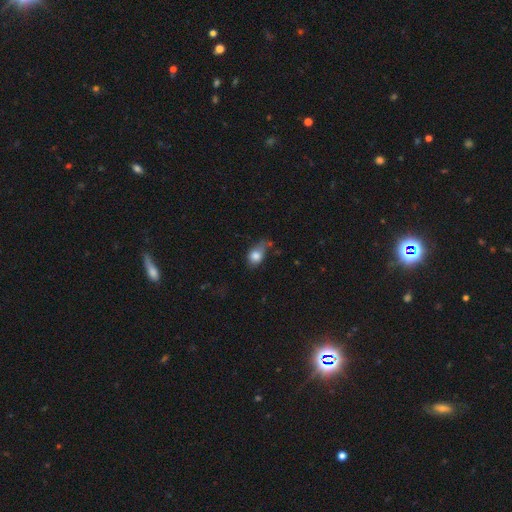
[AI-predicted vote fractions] smooth 80%, featured or disk 11%, star or artifact 9%. Down the decision tree: how rounded — in between (62%); merging — minor disturbance (37%).